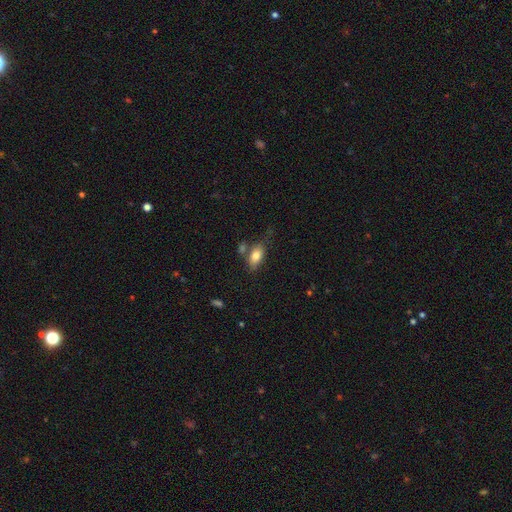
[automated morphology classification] Smooth or featured? Predicted: smooth (p=0.79). How rounded? Predicted: in between (p=0.88). Merging? Predicted: none (p=0.56).